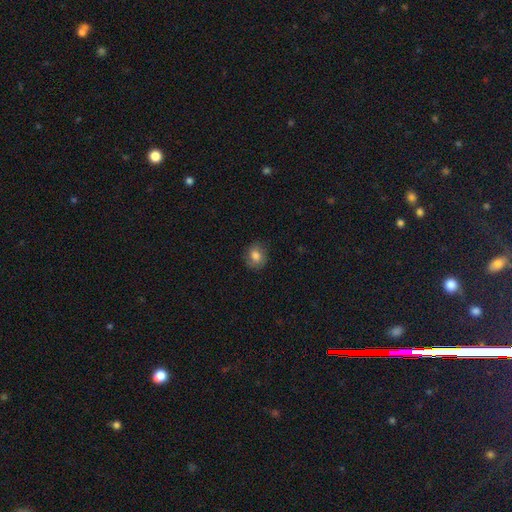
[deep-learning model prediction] smooth-or-featured: smooth: 77% | featured or disk: 13% | star or artifact: 10%
  how-rounded: round: 65% | in between: 34% | cigar-shaped: 1%
  merging: none: 79% | minor disturbance: 16% | major disturbance: 4% | merger: 1%